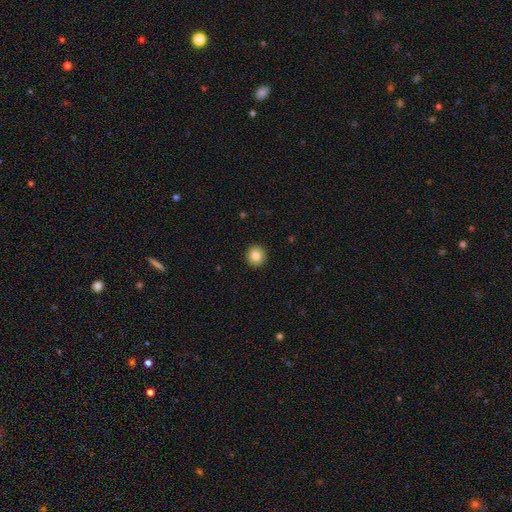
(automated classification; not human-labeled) A smooth galaxy with no disk features (83%) that is round (94%).

Vote fractions:
- Smooth or featured? smooth: 83% / star or artifact: 9% / featured or disk: 8%
- How rounded? round: 94% / in between: 5% / cigar-shaped: 1%
- Merging? none: 93% / minor disturbance: 4% / major disturbance: 1% / merger: 1%